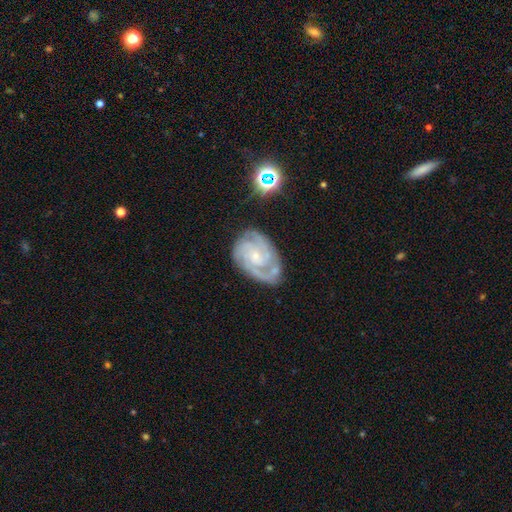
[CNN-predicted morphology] Smooth or featured: featured or disk — 87% (smooth — 7%)
Edge-on disk: no — 98% (yes — 2%)
Bar: no — 69% (weak — 26%)
Spiral arms: yes — 97% (no — 3%)
Spiral winding: tight — 62% (medium — 33%)
Spiral arm count: 3 — 39% (2 — 25%)
Bulge size: small — 77% (moderate — 17%)
Merging: none — 67% (minor disturbance — 22%)